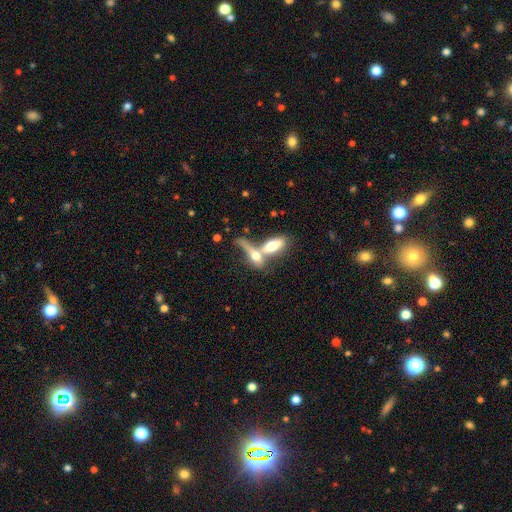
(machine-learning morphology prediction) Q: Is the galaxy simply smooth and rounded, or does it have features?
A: smooth — 58%.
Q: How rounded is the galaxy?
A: in between — 60%.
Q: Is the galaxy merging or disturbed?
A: merger — 73%.